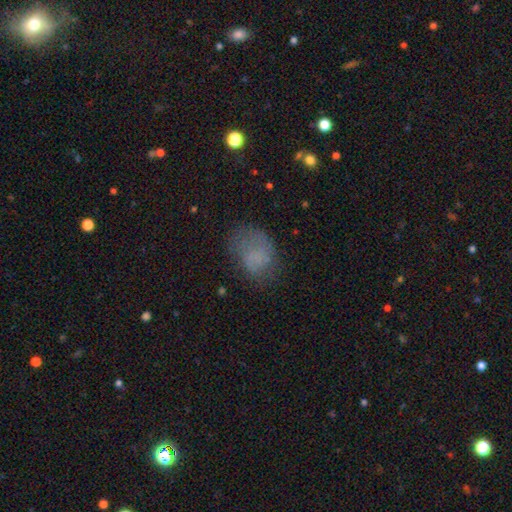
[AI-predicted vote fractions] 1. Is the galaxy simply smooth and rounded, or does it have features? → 64% smooth, 21% featured or disk, 15% star or artifact.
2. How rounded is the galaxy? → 67% in between, 32% round, 1% cigar-shaped.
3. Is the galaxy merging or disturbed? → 50% none, 26% minor disturbance, 21% major disturbance, 2% merger.